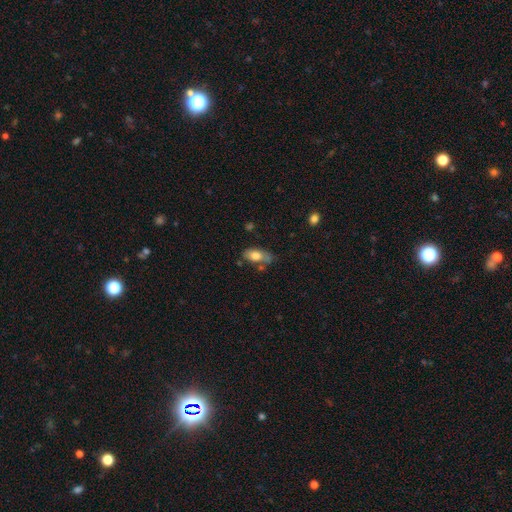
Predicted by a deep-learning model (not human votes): A smooth galaxy with no disk features (73%) that is in between round and cigar-shaped (85%).

Vote fractions:
- Smooth or featured? smooth: 73% / featured or disk: 20% / star or artifact: 7%
- How rounded? in between: 85% / cigar-shaped: 10% / round: 5%
- Merging? none: 56% / minor disturbance: 27% / merger: 10% / major disturbance: 7%